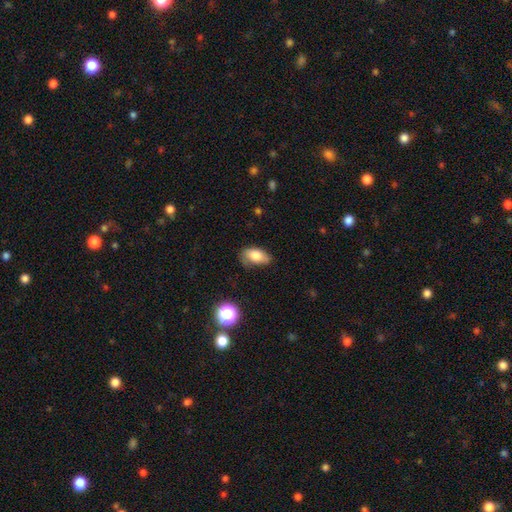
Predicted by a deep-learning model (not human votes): Smooth or featured: smooth — 77% (featured or disk — 14%)
How rounded: in between — 90% (round — 7%)
Merging: none — 59% (minor disturbance — 31%)